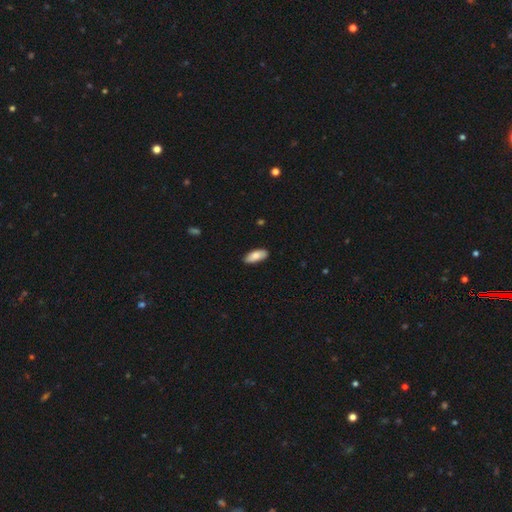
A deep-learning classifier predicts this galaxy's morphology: Smooth or featured? smooth (82%)
How rounded? in between (85%)
Merging? none (86%)